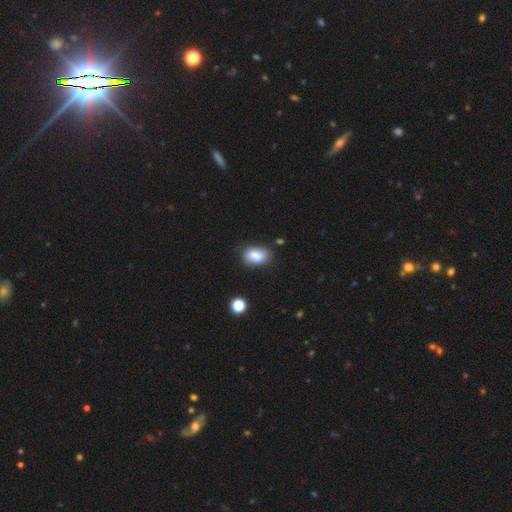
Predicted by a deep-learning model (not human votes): Smooth or featured?
  - smooth: 81% *
  - featured or disk: 10%
  - star or artifact: 9%
How rounded?
  - in between: 83% *
  - round: 16%
  - cigar-shaped: 2%
Merging?
  - none: 60% *
  - minor disturbance: 22%
  - merger: 12%
  - major disturbance: 6%